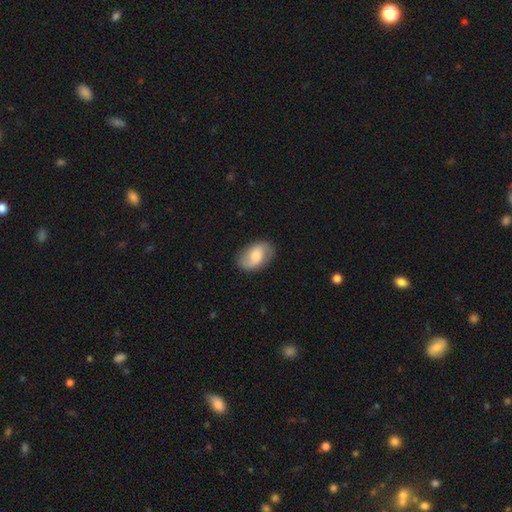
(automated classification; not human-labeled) This is possibly a featured or disk galaxy (47%). Merging: clearly none (82%).